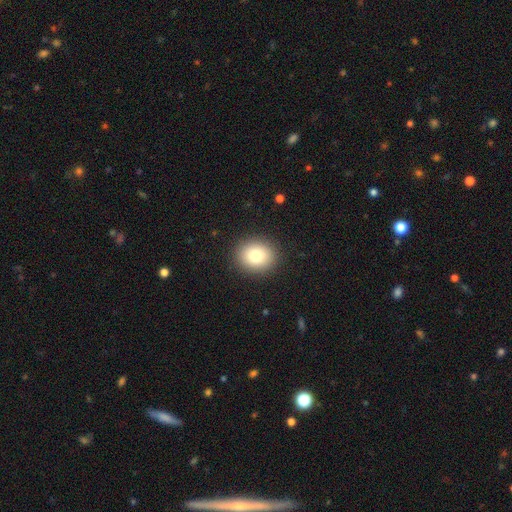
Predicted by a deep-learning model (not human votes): Overall: smooth (79%). How rounded: round (70%). Merging: none (90%).